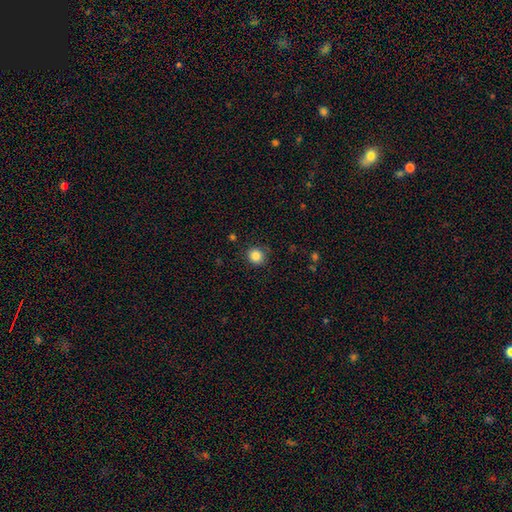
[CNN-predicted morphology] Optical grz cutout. It shows a smooth galaxy with no disk features (85%) that is round (89%). Merging: none (86%).